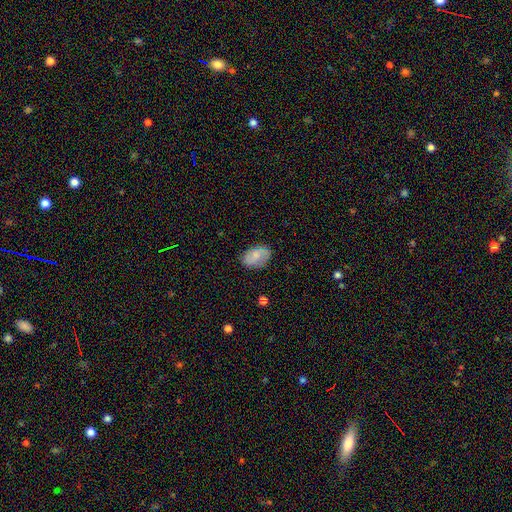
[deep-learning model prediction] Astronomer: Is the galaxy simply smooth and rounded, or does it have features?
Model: smooth — 64%.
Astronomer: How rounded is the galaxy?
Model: in between — 87%.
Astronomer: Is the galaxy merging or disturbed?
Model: none — 77%.